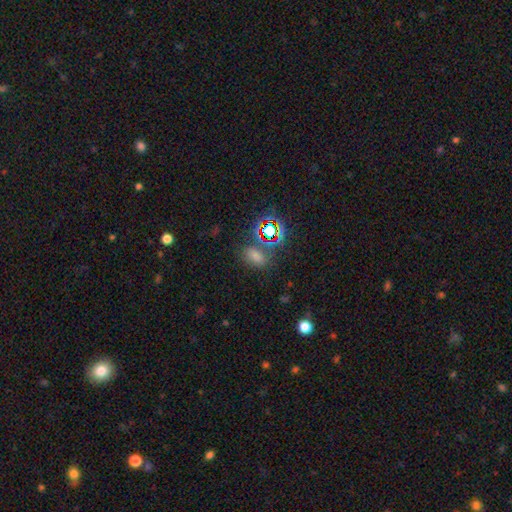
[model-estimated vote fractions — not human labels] This is possibly a smooth galaxy (58%). How rounded: likely in between (77%). Merging: likely none (69%).